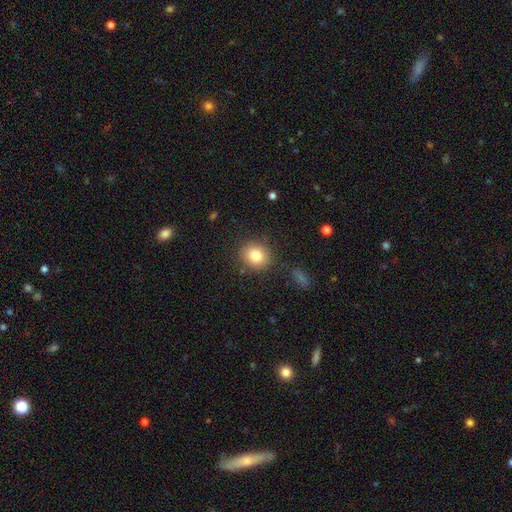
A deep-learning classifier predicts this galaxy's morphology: The model was most divided on "how rounded": round: 77%, in between: 22%, cigar-shaped: 1%. More confident: merging — none (84%); smooth or featured — smooth (81%).